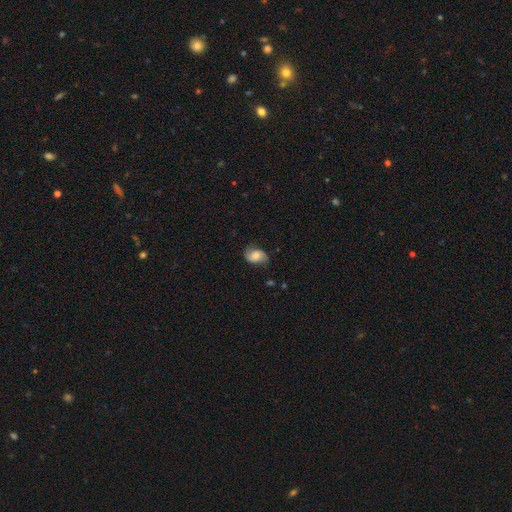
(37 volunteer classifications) Volunteers were most divided on "bulge size": moderate: 45%, small: 32%, large: 18%, none: 5%, dominant: 0%. More confident: edge-on disk — no (96%); spiral arms — yes (95%); spiral arm count — 2 (95%); bar — no (77%); merging — none (68%); smooth or featured — featured or disk (62%); spiral winding — loose (52%).